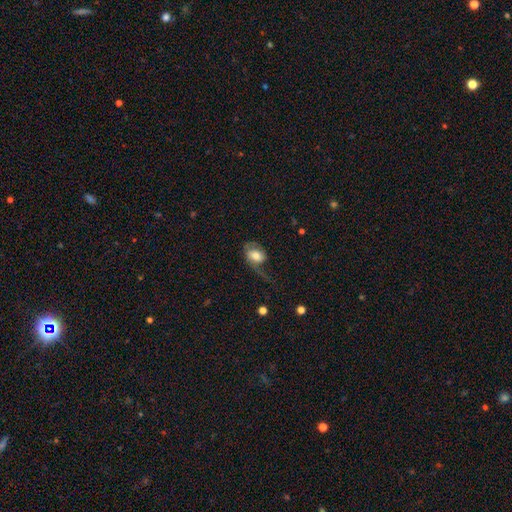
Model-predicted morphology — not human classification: Smooth or featured? smooth (54%)
How rounded? in between (72%)
Merging? major disturbance (46%)